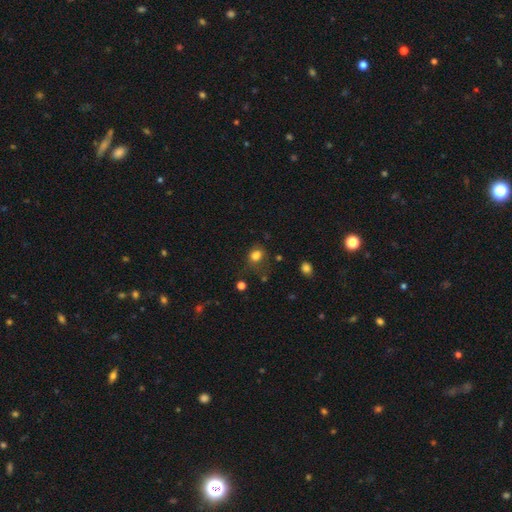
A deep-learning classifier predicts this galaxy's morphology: Smooth or featured? smooth (80%)
How rounded? round (51%)
Merging? none (59%)